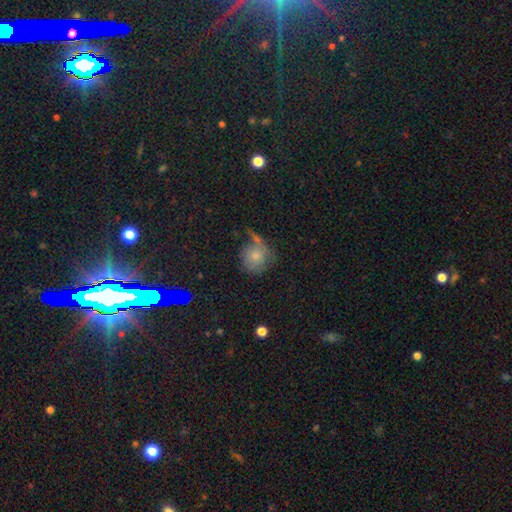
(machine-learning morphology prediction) This is likely a smooth galaxy (68%). How rounded: clearly round (83%). Merging: marginally none (44%).